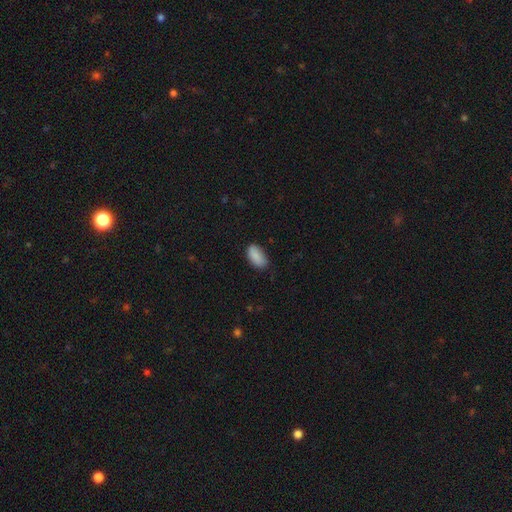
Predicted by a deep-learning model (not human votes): Smooth or featured?
  - smooth: 88% *
  - star or artifact: 7%
  - featured or disk: 5%
How rounded?
  - in between: 94% *
  - round: 3%
  - cigar-shaped: 3%
Merging?
  - none: 76% *
  - minor disturbance: 19%
  - major disturbance: 3%
  - merger: 1%